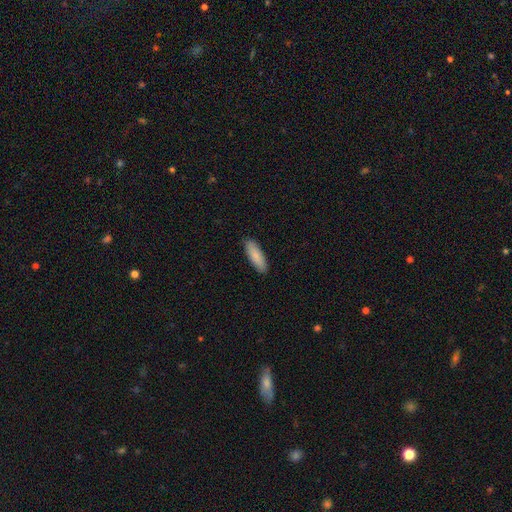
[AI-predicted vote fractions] This is clearly a smooth galaxy (86%). How rounded: possibly in between (54%). Merging: clearly none (89%).